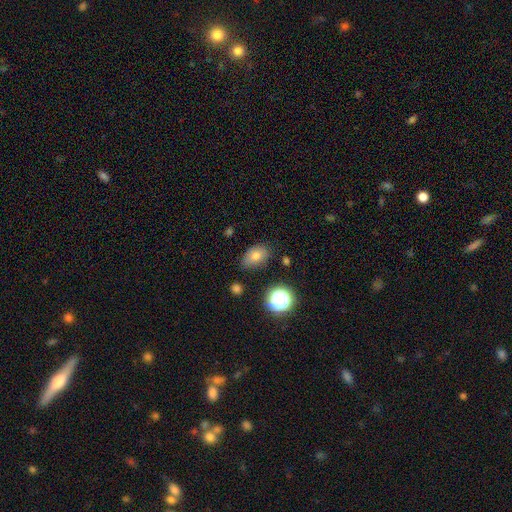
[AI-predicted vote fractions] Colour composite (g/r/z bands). It shows a smooth galaxy with no disk features (76%) that is in between round and cigar-shaped (81%). Merging: none (75%).